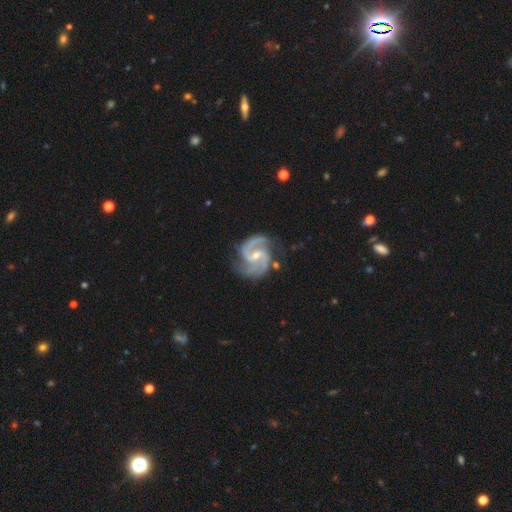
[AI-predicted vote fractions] Smooth or featured?
  - featured or disk: 94% *
  - star or artifact: 4%
  - smooth: 3%
Edge-on disk?
  - no: 98% *
  - yes: 2%
Bar?
  - weak: 51% *
  - no: 31%
  - strong: 18%
Spiral arms?
  - yes: 99% *
  - no: 1%
Spiral winding?
  - medium: 62% *
  - tight: 26%
  - loose: 12%
Spiral arm count?
  - 2: 66% *
  - 3: 24%
  - can't tell: 3%
  - 4: 3%
  - 1: 2%
  - more than 4: 2%
Bulge size?
  - small: 59% *
  - moderate: 37%
  - none: 2%
  - large: 1%
  - dominant: 1%
Merging?
  - none: 72% *
  - minor disturbance: 19%
  - major disturbance: 6%
  - merger: 2%